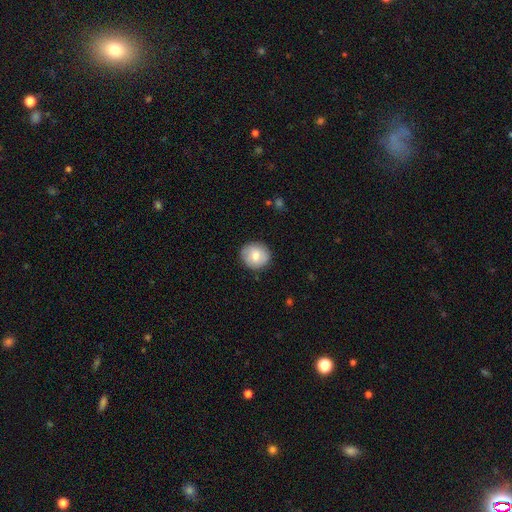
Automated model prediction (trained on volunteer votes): smooth-or-featured: smooth: 76% | featured or disk: 17% | star or artifact: 7%
  how-rounded: round: 85% | in between: 14% | cigar-shaped: 1%
  merging: none: 87% | minor disturbance: 10% | major disturbance: 2% | merger: 1%